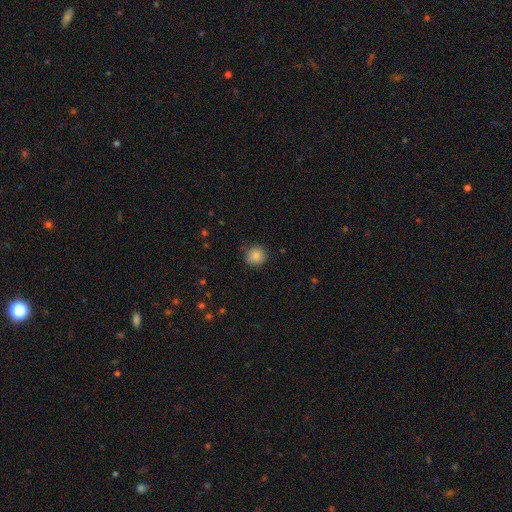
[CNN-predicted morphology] type=smooth (85%); roundness=round (91%); merging=none (83%).